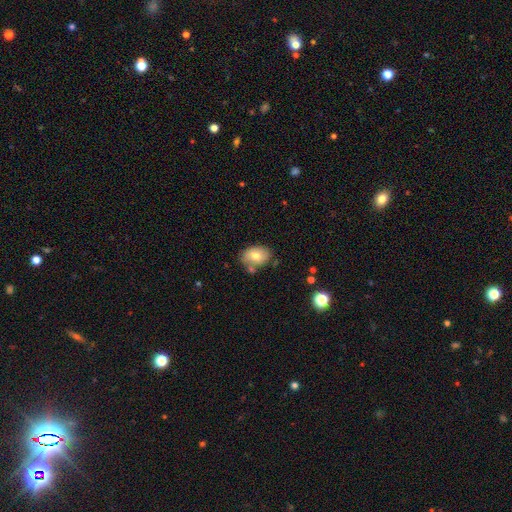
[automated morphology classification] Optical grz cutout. It shows a smooth galaxy with no disk features (75%) that is in between round and cigar-shaped (79%). Merging: none (69%).